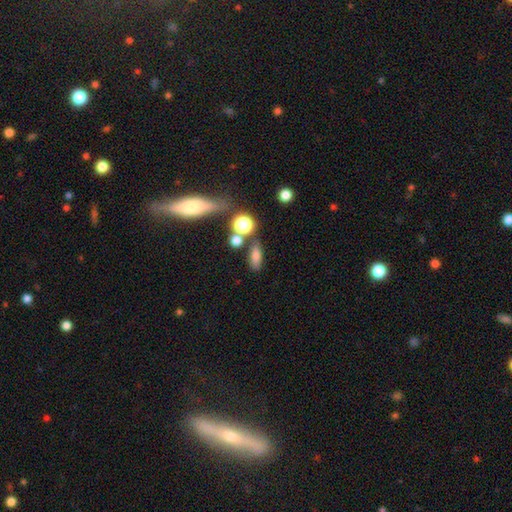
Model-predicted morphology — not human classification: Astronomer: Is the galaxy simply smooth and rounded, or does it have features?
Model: smooth — 72%.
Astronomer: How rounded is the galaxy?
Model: in between — 57%.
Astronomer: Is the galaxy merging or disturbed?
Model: none — 69%.